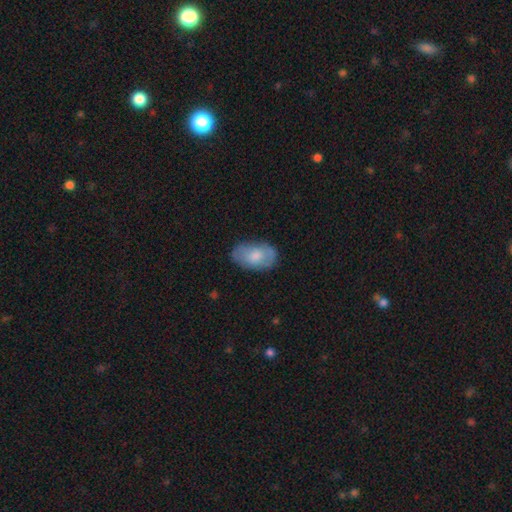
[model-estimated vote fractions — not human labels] Overall: smooth (67%). How rounded: in between (92%). Merging: none (74%).